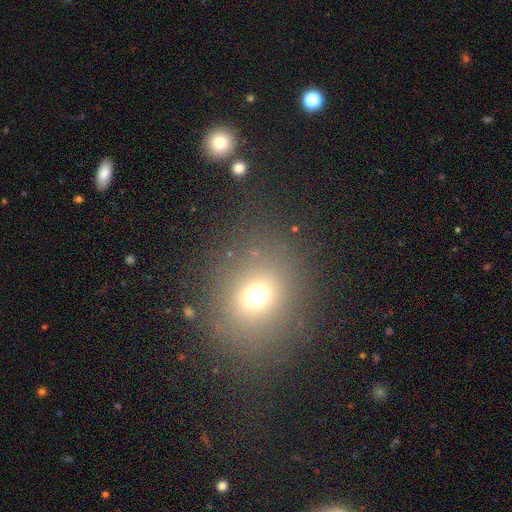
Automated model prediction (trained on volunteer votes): This is likely a smooth galaxy (63%). How rounded: likely round (65%). Merging: clearly none (82%).